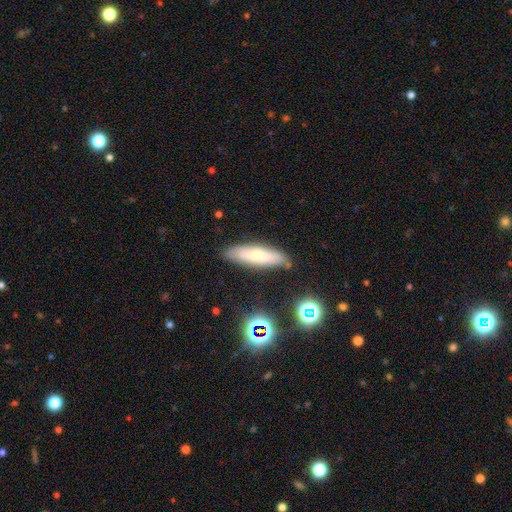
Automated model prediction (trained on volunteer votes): smooth 66%, featured or disk 25%, star or artifact 9%. Down the decision tree: how rounded — cigar-shaped (69%); merging — none (83%).